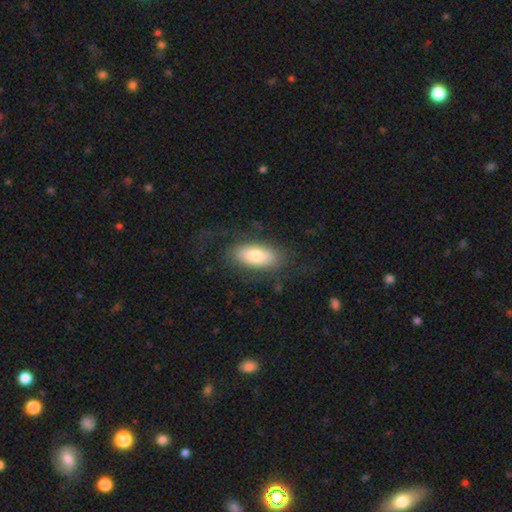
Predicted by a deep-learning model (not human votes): This is likely a smooth galaxy (66%). How rounded: clearly in between (88%). Merging: likely none (69%).